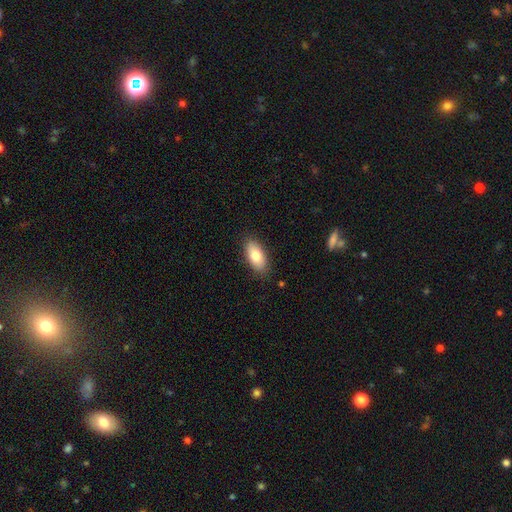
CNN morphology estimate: Smooth or featured: smooth — 81% (featured or disk — 13%)
How rounded: in between — 90% (cigar-shaped — 7%)
Merging: none — 86% (minor disturbance — 10%)